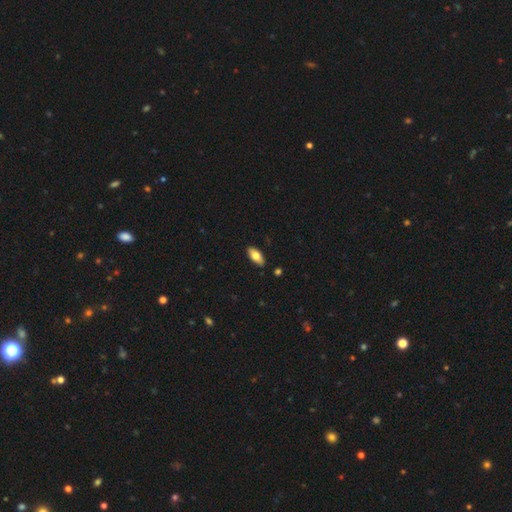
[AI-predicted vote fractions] smooth_or_featured: smooth (p=0.75) [alt: featured or disk p=0.19]
how_rounded: in between (p=0.89) [alt: cigar-shaped p=0.09]
merging: none (p=0.88) [alt: minor disturbance p=0.09]